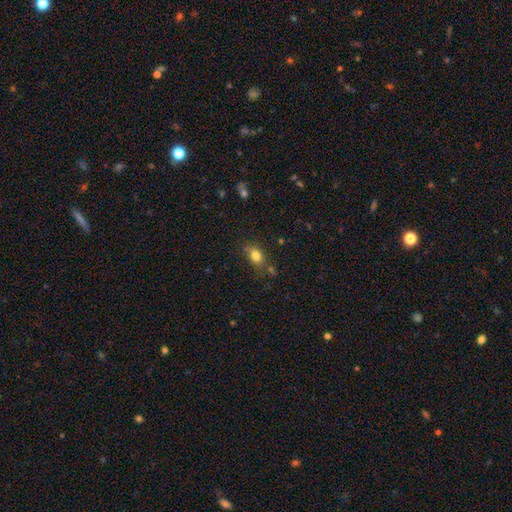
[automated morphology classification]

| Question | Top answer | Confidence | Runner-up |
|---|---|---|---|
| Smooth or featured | smooth | 79% | star or artifact (11%) |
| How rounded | in between | 67% | round (30%) |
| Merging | none | 67% | minor disturbance (20%) |